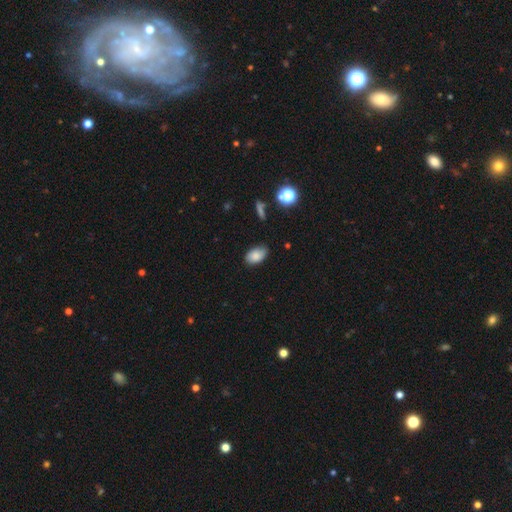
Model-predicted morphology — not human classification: Smooth or featured? smooth (82%)
How rounded? in between (90%)
Merging? none (72%)